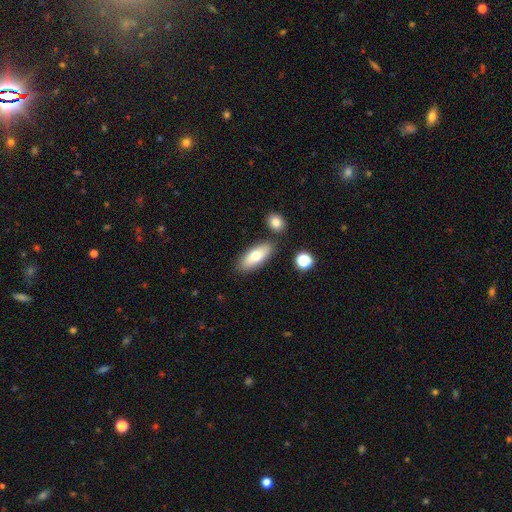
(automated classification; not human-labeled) The model was most divided on "smooth or featured": smooth: 74%, featured or disk: 19%, star or artifact: 7%. More confident: merging — none (81%); how rounded — in between (77%).